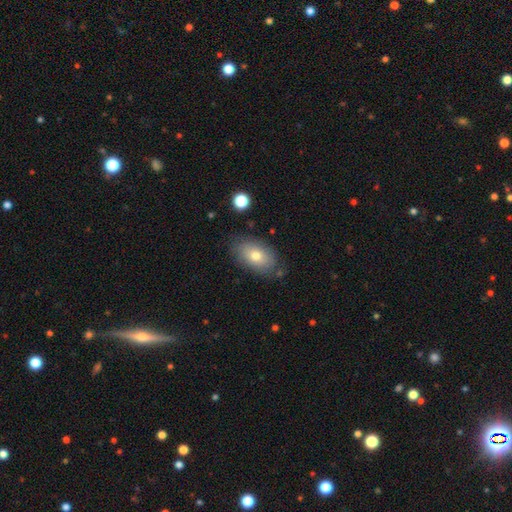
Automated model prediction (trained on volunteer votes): The model was most divided on "smooth or featured": smooth: 72%, featured or disk: 19%, star or artifact: 9%. More confident: how rounded — in between (89%); merging — none (78%).